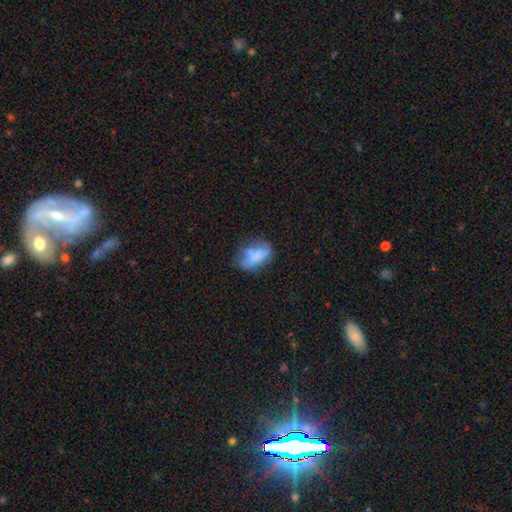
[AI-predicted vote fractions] Smooth or featured? smooth (57%)
How rounded? in between (84%)
Merging? none (43%)